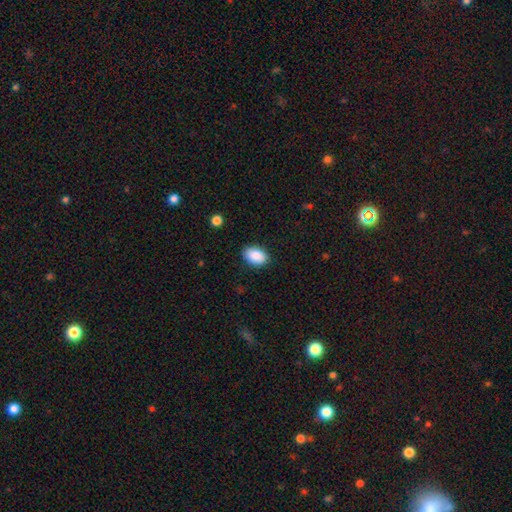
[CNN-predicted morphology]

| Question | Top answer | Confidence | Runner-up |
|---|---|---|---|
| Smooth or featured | smooth | 89% | star or artifact (7%) |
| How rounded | in between | 89% | round (10%) |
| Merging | none | 87% | minor disturbance (9%) |